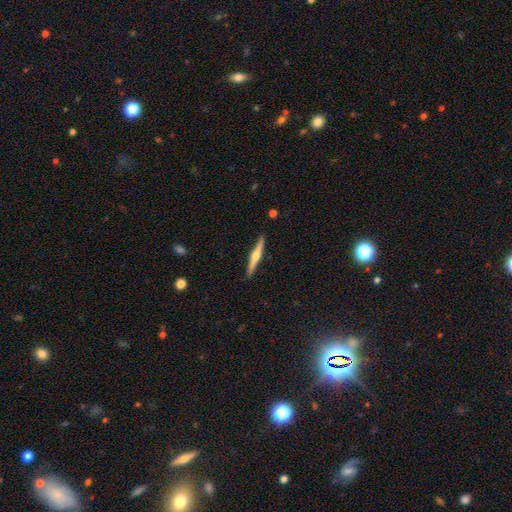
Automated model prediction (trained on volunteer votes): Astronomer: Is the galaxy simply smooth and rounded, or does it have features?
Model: featured or disk — 71%.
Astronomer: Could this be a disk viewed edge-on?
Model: yes — 98%.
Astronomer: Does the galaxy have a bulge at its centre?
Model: rounded — 93%.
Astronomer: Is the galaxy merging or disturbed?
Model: none — 91%.